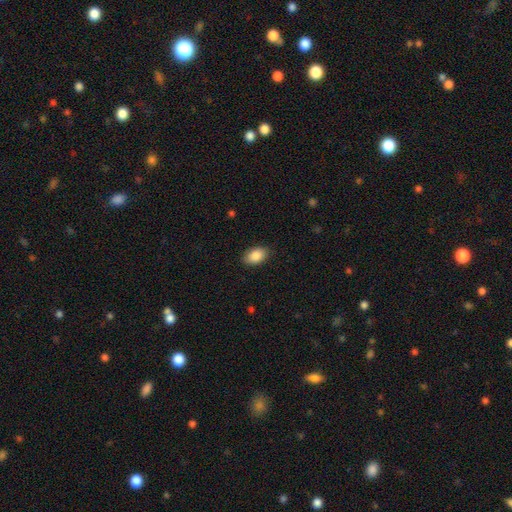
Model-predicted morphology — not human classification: smooth 88%, star or artifact 7%, featured or disk 5%. Down the decision tree: how rounded — in between (90%); merging — none (87%).